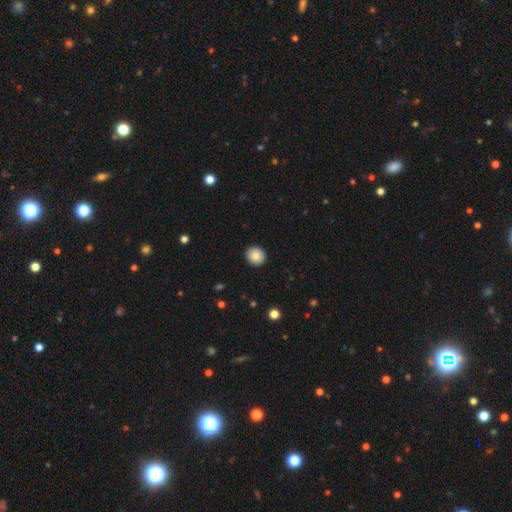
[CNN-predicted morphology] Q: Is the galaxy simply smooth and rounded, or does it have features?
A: smooth — 86%.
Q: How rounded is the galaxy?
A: round — 87%.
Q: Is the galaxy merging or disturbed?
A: none — 92%.